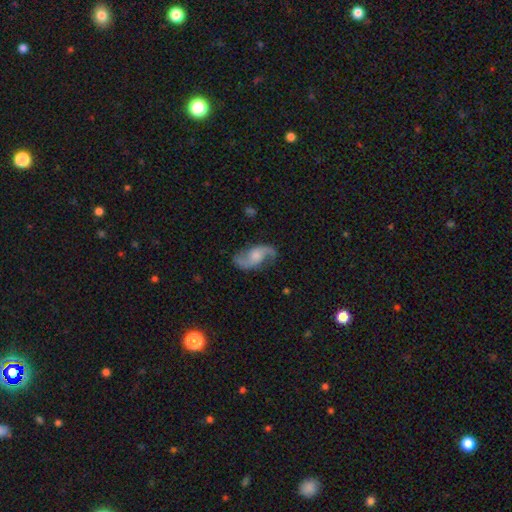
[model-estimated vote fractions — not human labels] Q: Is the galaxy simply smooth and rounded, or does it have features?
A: featured or disk — 84%.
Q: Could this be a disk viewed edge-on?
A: no — 96%.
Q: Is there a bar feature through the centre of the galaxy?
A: no — 59%.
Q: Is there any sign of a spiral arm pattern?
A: yes — 96%.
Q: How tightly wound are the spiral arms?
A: loose — 64%.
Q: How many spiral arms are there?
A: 2 — 93%.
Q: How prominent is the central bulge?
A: moderate — 38%.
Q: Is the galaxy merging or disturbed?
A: none — 79%.